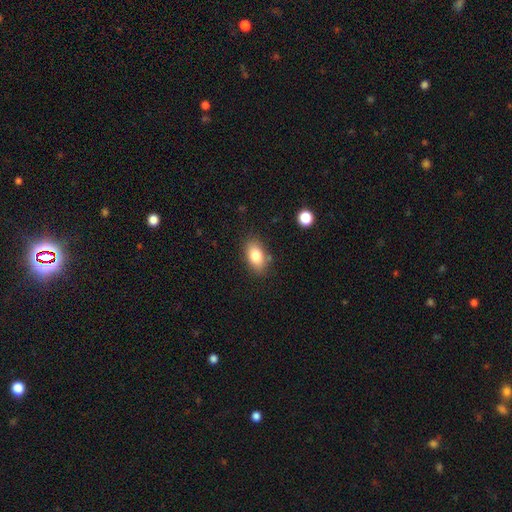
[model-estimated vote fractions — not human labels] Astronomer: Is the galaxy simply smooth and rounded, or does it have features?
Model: smooth — 82%.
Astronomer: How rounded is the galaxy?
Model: in between — 89%.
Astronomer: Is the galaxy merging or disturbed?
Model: none — 81%.